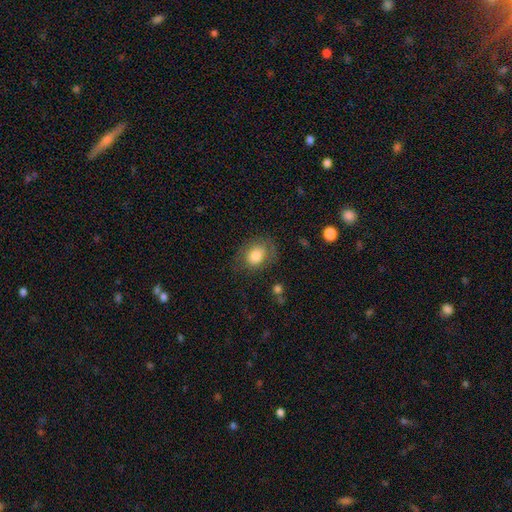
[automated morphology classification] smooth-or-featured: smooth: 74% | featured or disk: 18% | star or artifact: 8%
  how-rounded: in between: 57% | round: 42% | cigar-shaped: 1%
  merging: none: 68% | minor disturbance: 20% | major disturbance: 10% | merger: 2%